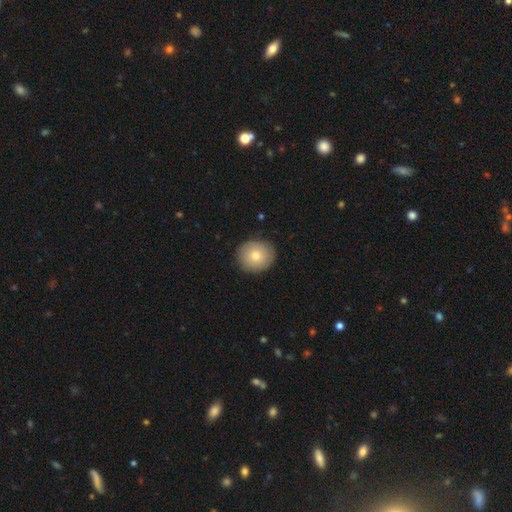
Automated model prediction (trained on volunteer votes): Smooth or featured?
  - smooth: 78% *
  - featured or disk: 15%
  - star or artifact: 7%
How rounded?
  - round: 83% *
  - in between: 16%
  - cigar-shaped: 1%
Merging?
  - none: 88% *
  - minor disturbance: 9%
  - major disturbance: 2%
  - merger: 1%